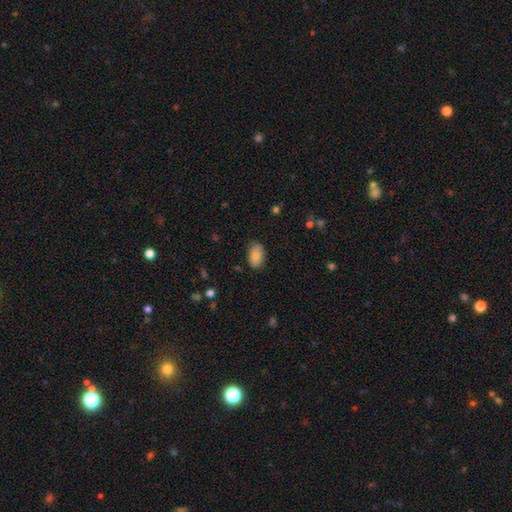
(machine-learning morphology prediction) Smooth or featured? Predicted: smooth (p=0.83). How rounded? Predicted: in between (p=0.92). Merging? Predicted: none (p=0.83).